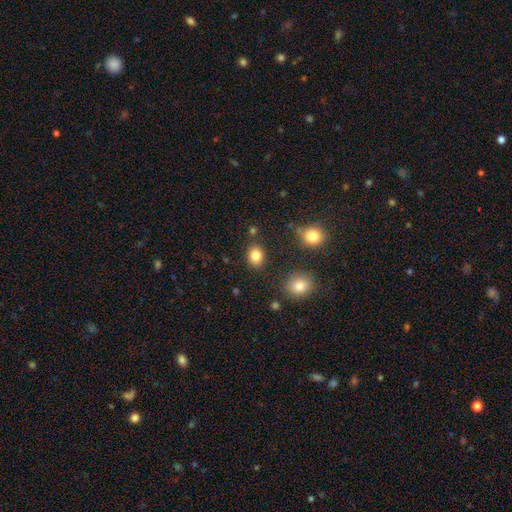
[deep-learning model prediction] This is clearly a smooth galaxy (83%). How rounded: possibly in between (50%). Merging: clearly none (83%).